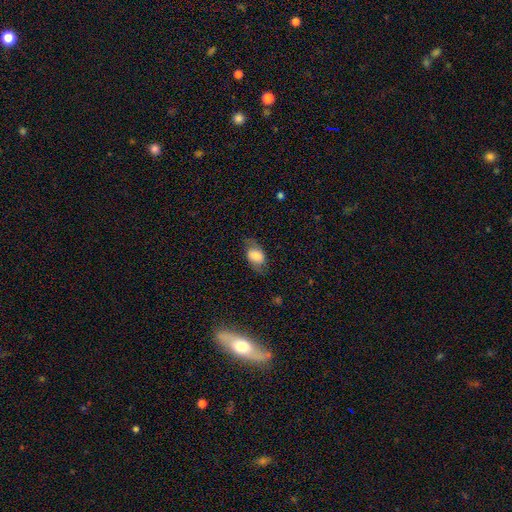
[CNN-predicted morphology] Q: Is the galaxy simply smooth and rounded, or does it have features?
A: smooth — 59%.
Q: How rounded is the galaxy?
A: in between — 87%.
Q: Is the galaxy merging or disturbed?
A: none — 69%.